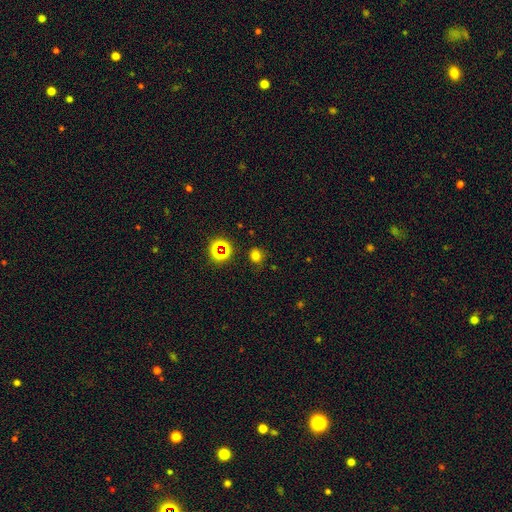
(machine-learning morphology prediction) Smooth or featured: smooth — 68% (star or artifact — 26%)
How rounded: round — 74% (in between — 25%)
Merging: none — 78% (minor disturbance — 15%)